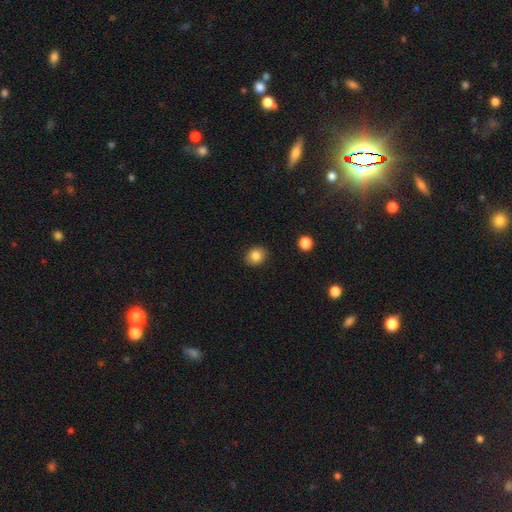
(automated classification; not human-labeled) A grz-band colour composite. It shows a smooth galaxy with no disk features (84%) that is round (59%). Merging: none (89%).